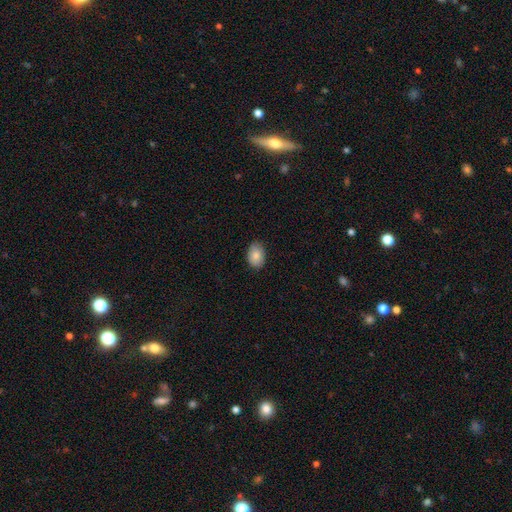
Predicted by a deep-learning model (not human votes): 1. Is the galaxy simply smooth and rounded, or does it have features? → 84% smooth, 8% featured or disk, 7% star or artifact.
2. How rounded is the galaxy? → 81% in between, 18% round, 1% cigar-shaped.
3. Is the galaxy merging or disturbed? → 84% none, 13% minor disturbance, 2% major disturbance, 1% merger.